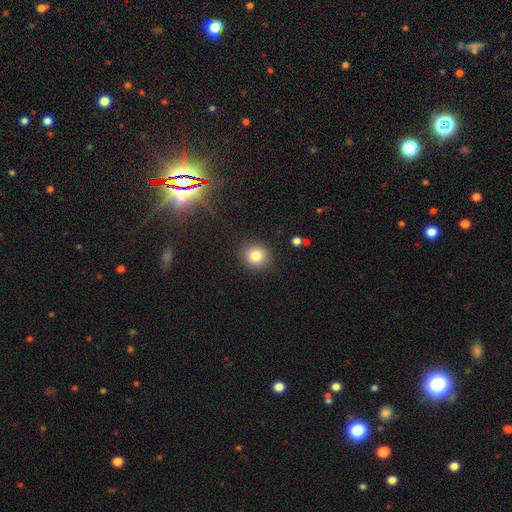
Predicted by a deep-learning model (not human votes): Smooth or featured: smooth — 82% (star or artifact — 12%)
How rounded: round — 86% (in between — 13%)
Merging: none — 89% (minor disturbance — 7%)